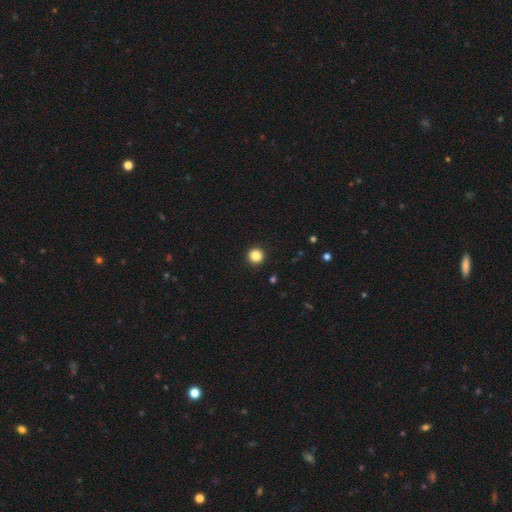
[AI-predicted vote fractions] Morphology: type=smooth (86%); roundness=round (96%); merging=none (94%).